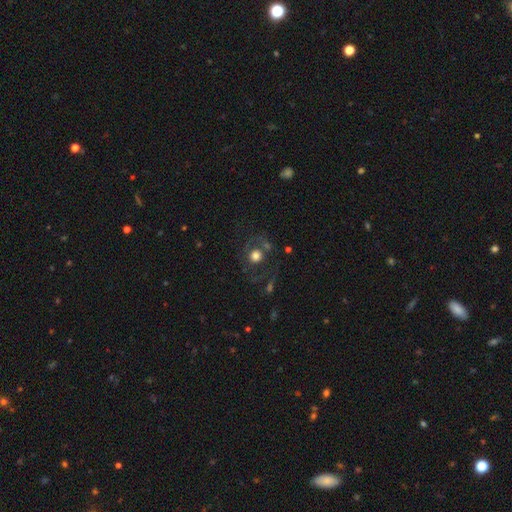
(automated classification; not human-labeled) smooth-or-featured: smooth: 57% | featured or disk: 30% | star or artifact: 13%
  how-rounded: round: 85% | in between: 13% | cigar-shaped: 1%
  merging: none: 61% | major disturbance: 15% | minor disturbance: 14% | merger: 10%